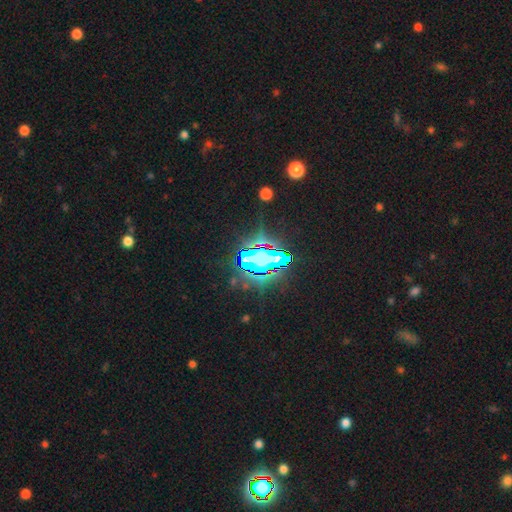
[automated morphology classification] star or artifact 82%, smooth 10%, featured or disk 8%.